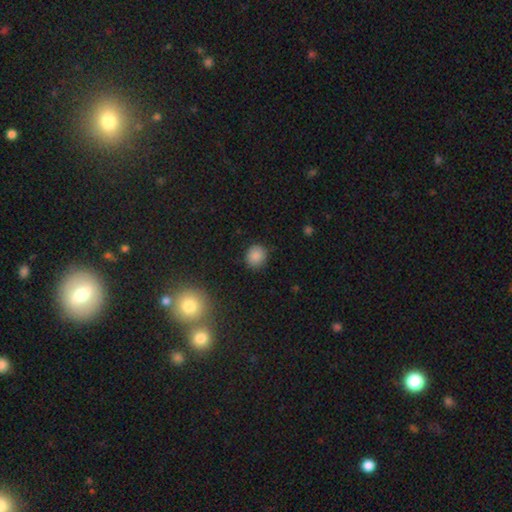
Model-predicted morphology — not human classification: smooth-or-featured: smooth: 85% | star or artifact: 10% | featured or disk: 4%
  how-rounded: round: 82% | in between: 17% | cigar-shaped: 1%
  merging: none: 87% | minor disturbance: 10% | major disturbance: 2% | merger: 1%